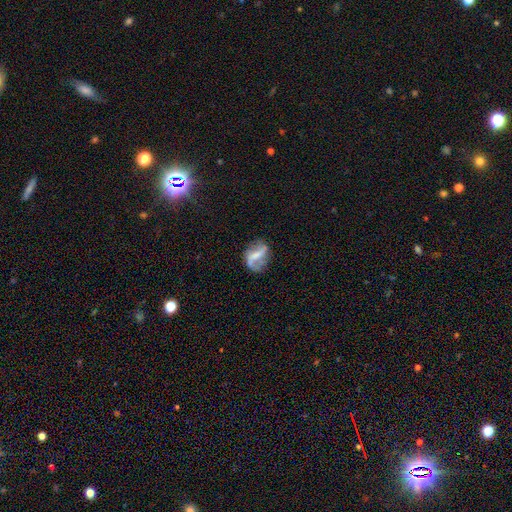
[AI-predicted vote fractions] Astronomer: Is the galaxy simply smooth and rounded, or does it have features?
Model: featured or disk — 70%.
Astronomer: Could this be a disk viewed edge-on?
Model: no — 95%.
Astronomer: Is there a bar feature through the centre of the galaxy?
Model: strong — 52% (runner-up: weak, 33%).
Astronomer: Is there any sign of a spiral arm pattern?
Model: yes — 75%.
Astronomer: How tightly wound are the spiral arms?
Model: loose — 63%.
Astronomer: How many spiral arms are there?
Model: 2 — 80%.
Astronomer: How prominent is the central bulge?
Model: small — 34%, tied with none at 34%.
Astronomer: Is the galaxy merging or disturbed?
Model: none — 62%.